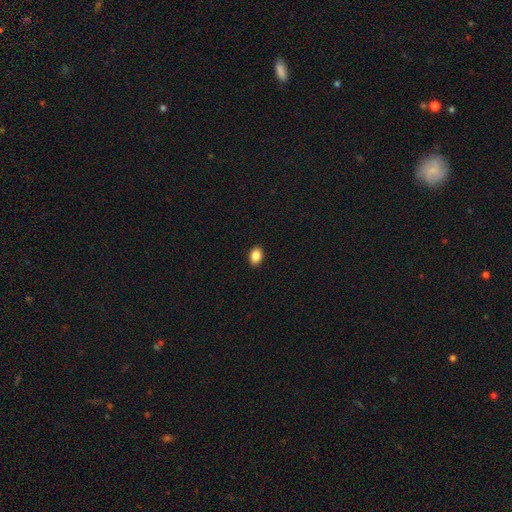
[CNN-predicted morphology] A smooth galaxy with no disk features (87%) that is in between round and cigar-shaped (78%).

Vote fractions:
- Smooth or featured? smooth: 87% / star or artifact: 9% / featured or disk: 5%
- How rounded? in between: 78% / round: 21% / cigar-shaped: 1%
- Merging? none: 90% / minor disturbance: 7% / major disturbance: 2% / merger: 1%